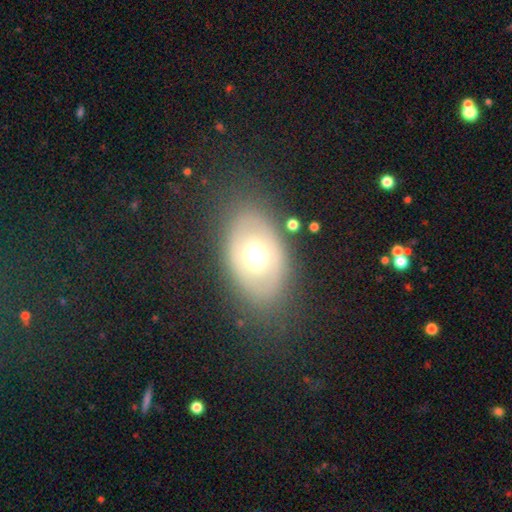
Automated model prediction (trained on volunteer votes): Smooth or featured?
  - smooth: 46% *
  - featured or disk: 45%
  - star or artifact: 9%
Merging?
  - none: 79% *
  - minor disturbance: 13%
  - major disturbance: 7%
  - merger: 2%